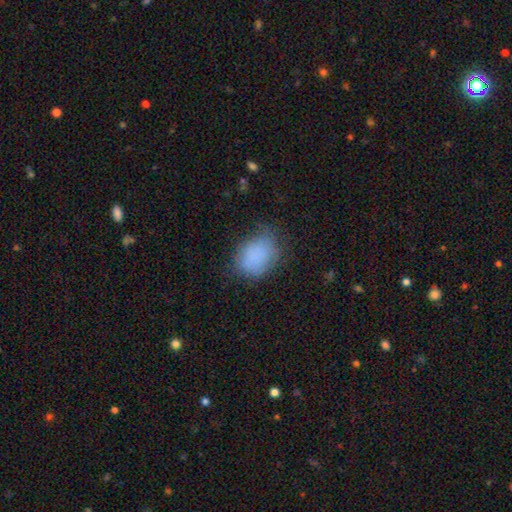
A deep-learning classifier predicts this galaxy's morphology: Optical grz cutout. It shows a smooth galaxy with no disk features (84%) that is in between round and cigar-shaped (67%). Merging: none (60%).